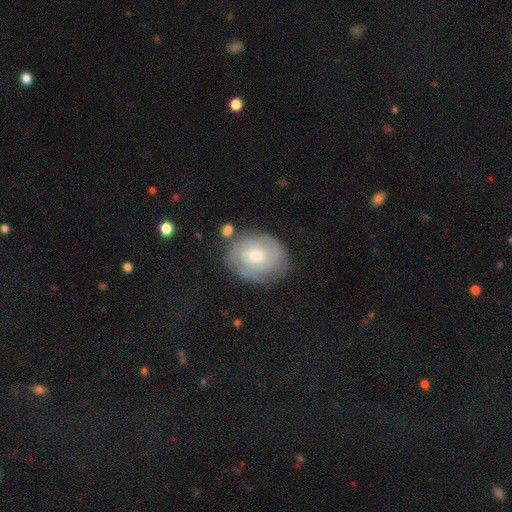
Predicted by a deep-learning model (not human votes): This appears to be a featured or disk galaxy (62%) with no bar (68%), spiral arms (82%) and a moderate central bulge (61%). Merging: none (74%).